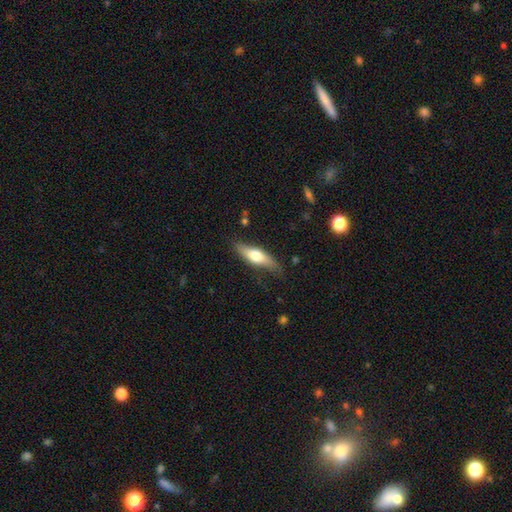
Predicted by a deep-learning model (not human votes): Smooth or featured? Predicted: smooth (p=0.58). How rounded? Predicted: cigar-shaped (p=0.52). Merging? Predicted: none (p=0.76).